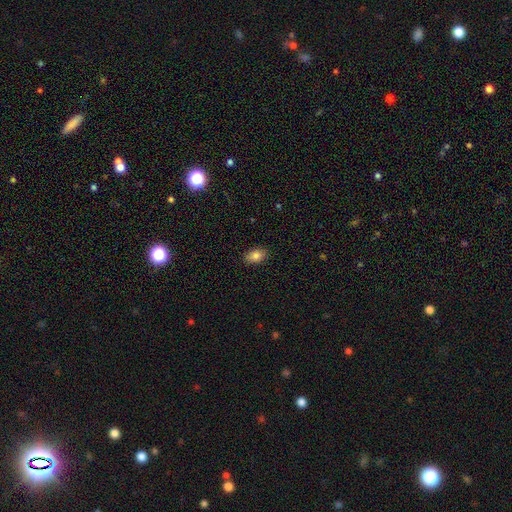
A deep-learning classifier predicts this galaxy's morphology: Smooth or featured: smooth — 83% (star or artifact — 9%)
How rounded: in between — 86% (round — 13%)
Merging: none — 87% (minor disturbance — 10%)